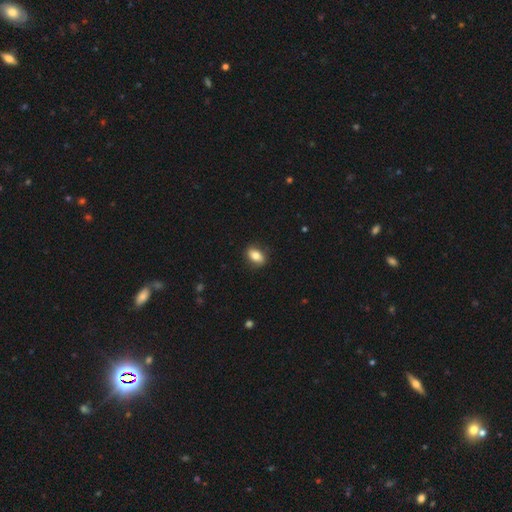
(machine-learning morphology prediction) The model was most divided on "smooth or featured": smooth: 71%, featured or disk: 21%, star or artifact: 8%. More confident: merging — none (82%); how rounded — in between (82%).